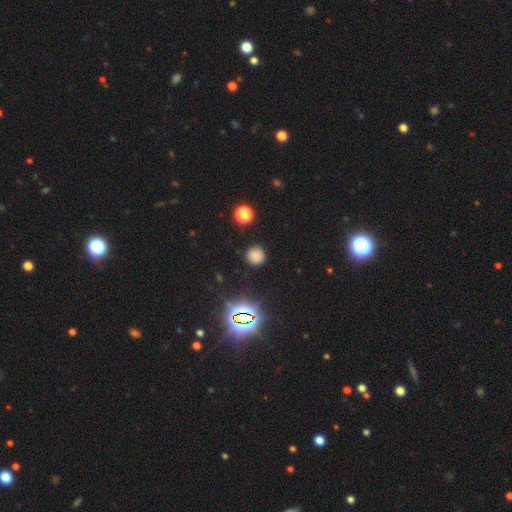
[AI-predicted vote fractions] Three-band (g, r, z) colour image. It shows a smooth galaxy with no disk features (71%) that is round (93%). Merging: none (87%).